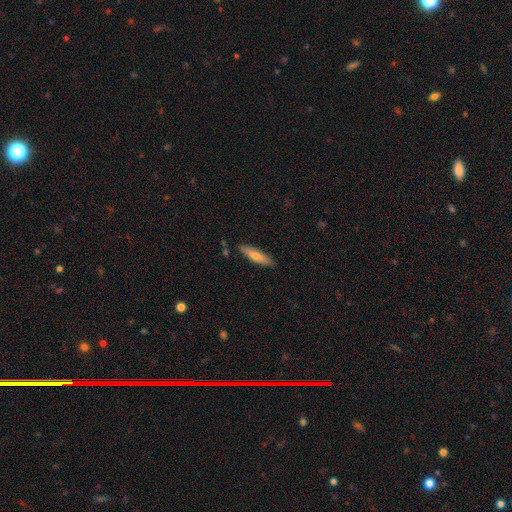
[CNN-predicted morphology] Smooth or featured?
  - smooth: 67% *
  - featured or disk: 27%
  - star or artifact: 6%
How rounded?
  - cigar-shaped: 77% *
  - in between: 21%
  - round: 2%
Merging?
  - none: 86% *
  - minor disturbance: 10%
  - merger: 2%
  - major disturbance: 2%